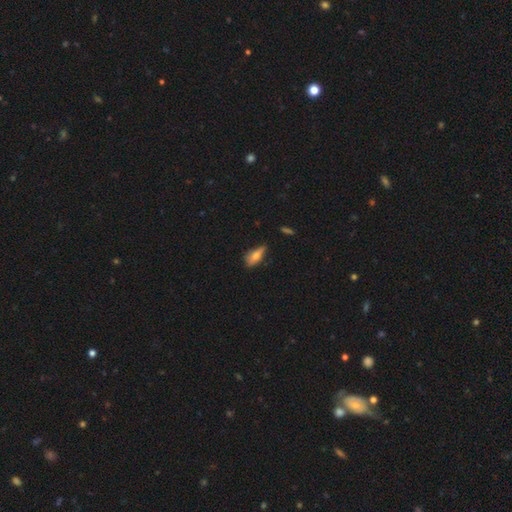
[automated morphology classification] Smooth or featured: smooth — 67% (featured or disk — 25%)
How rounded: in between — 72% (cigar-shaped — 25%)
Merging: none — 57% (minor disturbance — 33%)